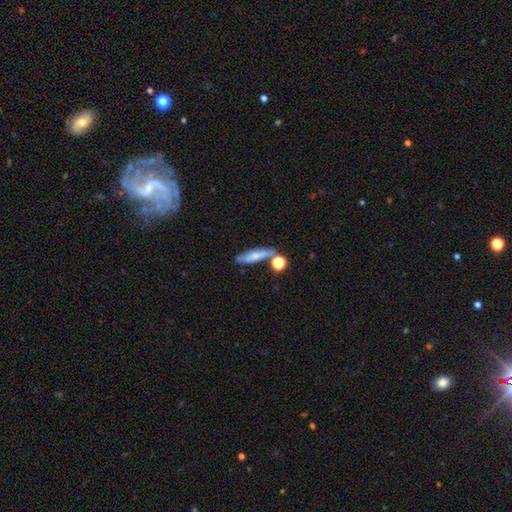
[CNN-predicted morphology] smooth_or_featured: smooth (p=0.57) [alt: featured or disk p=0.34]
how_rounded: cigar-shaped (p=0.69) [alt: in between p=0.25]
merging: none (p=0.59) [alt: minor disturbance p=0.17]